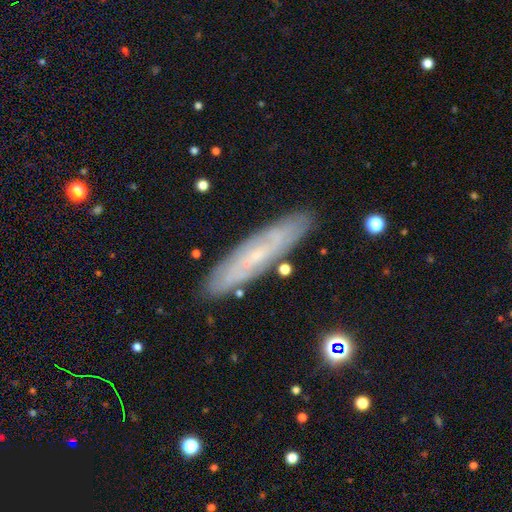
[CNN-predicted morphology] Q: Smooth or featured?
A: featured or disk (60%); runner-up: smooth (31%)
Q: Edge-on disk?
A: no (53%); runner-up: yes (47%)
Q: Merging?
A: none (87%); runner-up: minor disturbance (9%)